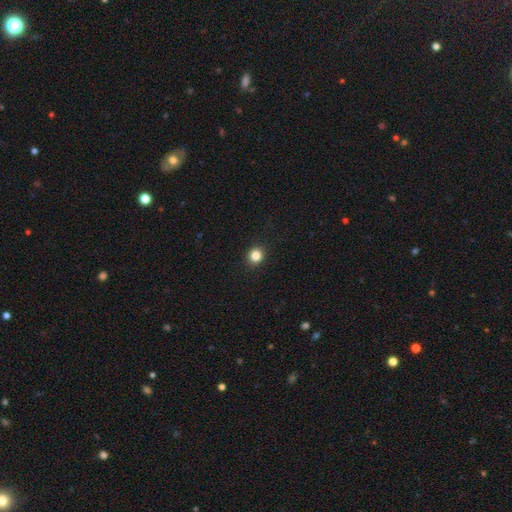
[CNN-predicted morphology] The model was most divided on "smooth or featured": smooth: 83%, star or artifact: 12%, featured or disk: 4%. More confident: merging — none (92%); how rounded — round (88%).